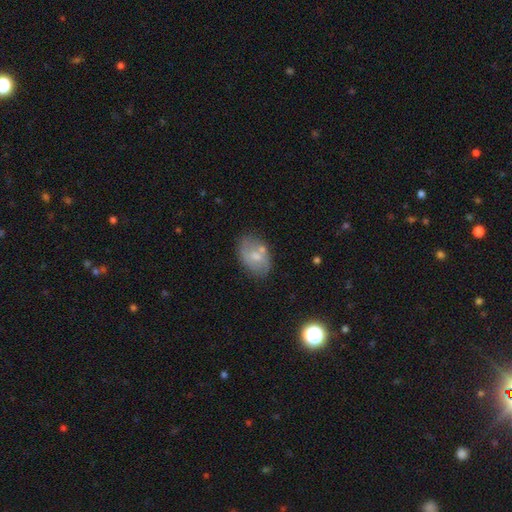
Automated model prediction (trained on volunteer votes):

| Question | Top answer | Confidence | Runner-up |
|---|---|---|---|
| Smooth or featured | smooth | 52% | featured or disk (40%) |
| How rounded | in between | 84% | round (15%) |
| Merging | none | 59% | minor disturbance (22%) |